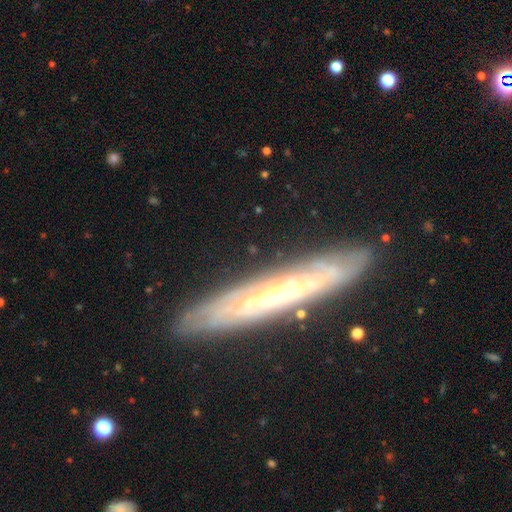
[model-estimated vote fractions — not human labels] The model was most divided on "edge-on disk": yes: 60%, no: 40%. More confident: merging — none (85%); smooth or featured — featured or disk (74%).